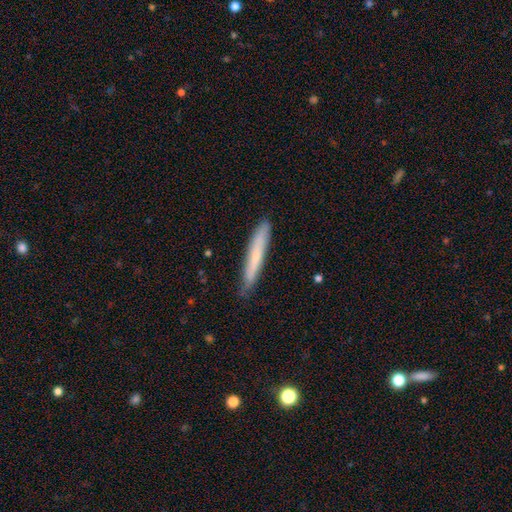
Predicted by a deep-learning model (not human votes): A smooth galaxy with no disk features (65%) that is cigar-shaped (95%). Merging: none (82%).